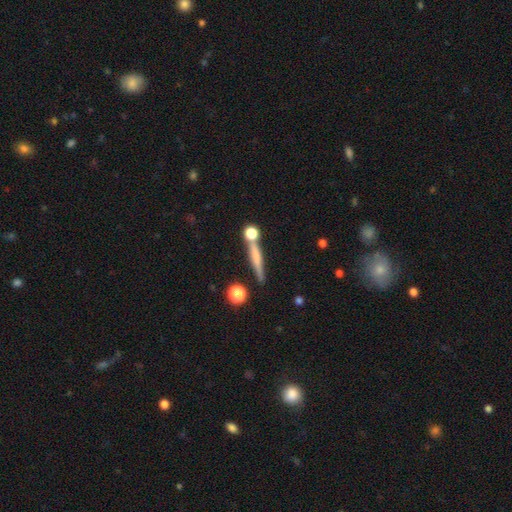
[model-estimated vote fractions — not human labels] A smooth galaxy with no disk features (53%) that is cigar-shaped (86%). Merging: none (73%).